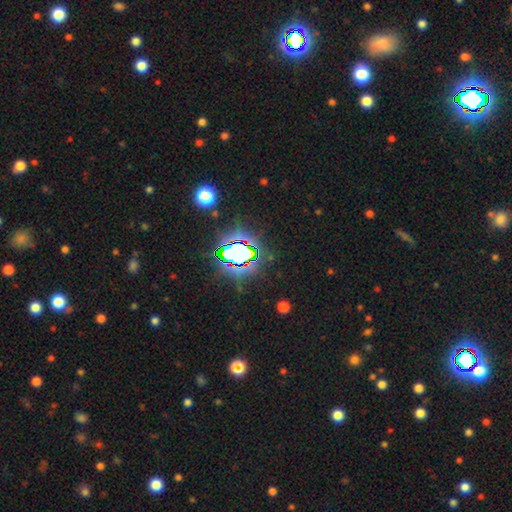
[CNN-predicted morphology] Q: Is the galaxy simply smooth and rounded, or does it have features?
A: star or artifact — 82%.